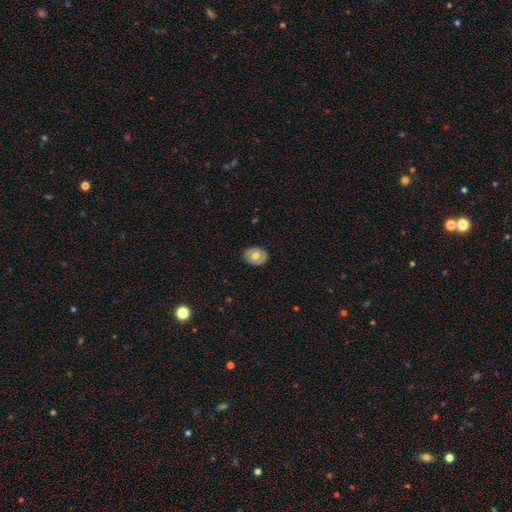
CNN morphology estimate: type=smooth (58%); roundness=in between (60%); merging=none (84%).